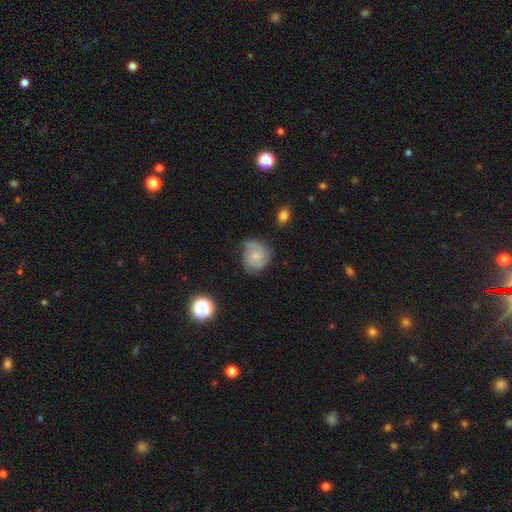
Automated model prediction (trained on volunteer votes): Q: Smooth or featured?
A: featured or disk (64%); runner-up: smooth (28%)
Q: Edge-on disk?
A: no (98%); runner-up: yes (2%)
Q: Bar?
A: no (77%); runner-up: weak (21%)
Q: Spiral arms?
A: yes (92%); runner-up: no (8%)
Q: Spiral winding?
A: tight (49%); runner-up: medium (38%)
Q: Spiral arm count?
A: 2 (35%); runner-up: 3 (28%)
Q: Bulge size?
A: small (71%); runner-up: moderate (20%)
Q: Merging?
A: none (61%); runner-up: minor disturbance (26%)